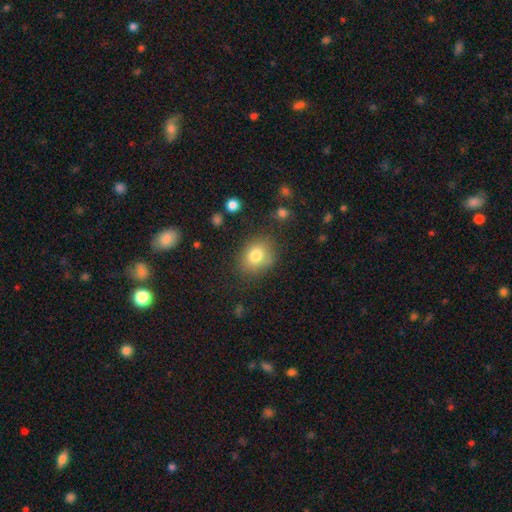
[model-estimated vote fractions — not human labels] A smooth galaxy with no disk features (80%) that is round (52%). Merging: none (79%).